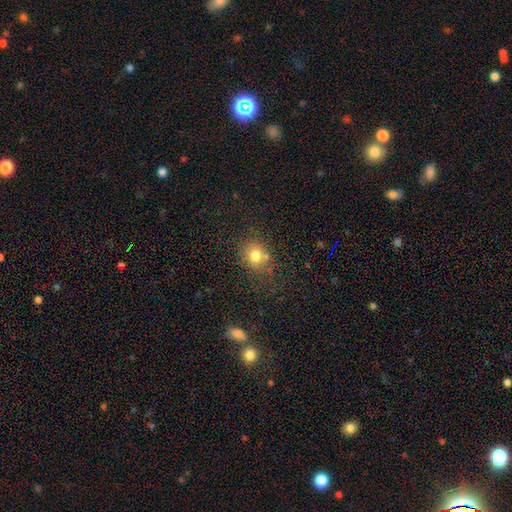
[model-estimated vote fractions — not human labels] A smooth galaxy with no disk features (75%) that is round (67%).

Vote fractions:
- Smooth or featured? smooth: 75% / star or artifact: 14% / featured or disk: 10%
- How rounded? round: 67% / in between: 32% / cigar-shaped: 1%
- Merging? none: 66% / minor disturbance: 16% / merger: 12% / major disturbance: 6%